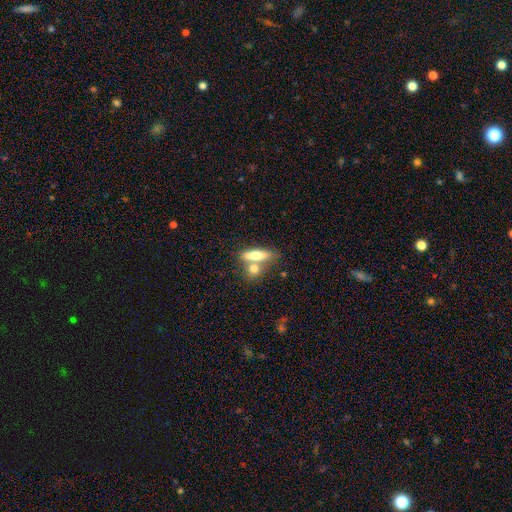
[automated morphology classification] Overall: smooth (67%). How rounded: cigar-shaped (51%; in between 40%). Merging: none (47%; merger 38%).